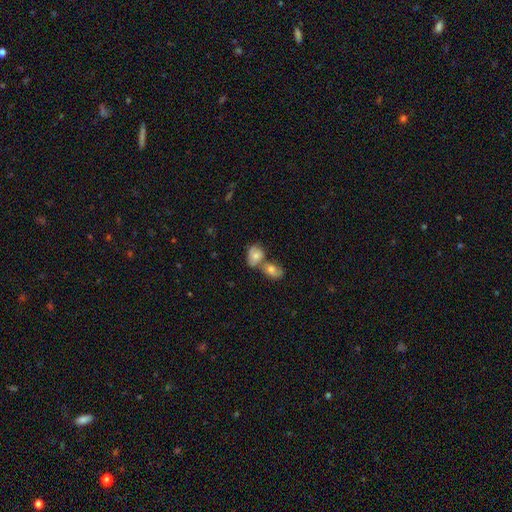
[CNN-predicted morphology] Smooth or featured: smooth — 69% (featured or disk — 23%)
How rounded: in between — 68% (round — 30%)
Merging: merger — 58% (none — 26%)